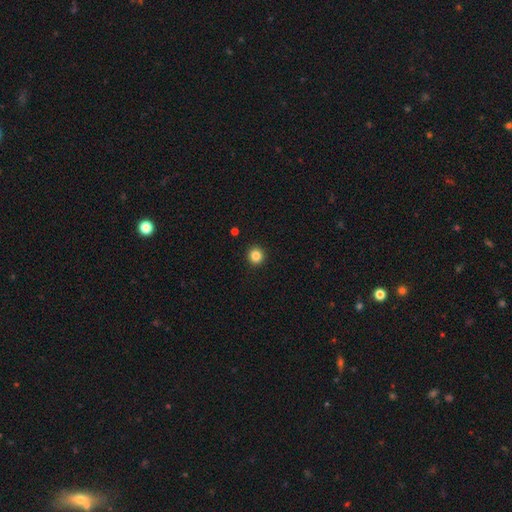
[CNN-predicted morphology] Smooth or featured? smooth (85%)
How rounded? round (94%)
Merging? none (93%)